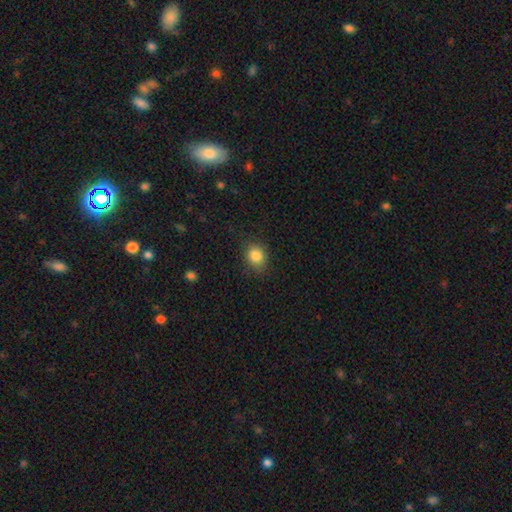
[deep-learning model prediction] Smooth or featured? smooth (84%)
How rounded? round (67%)
Merging? none (80%)